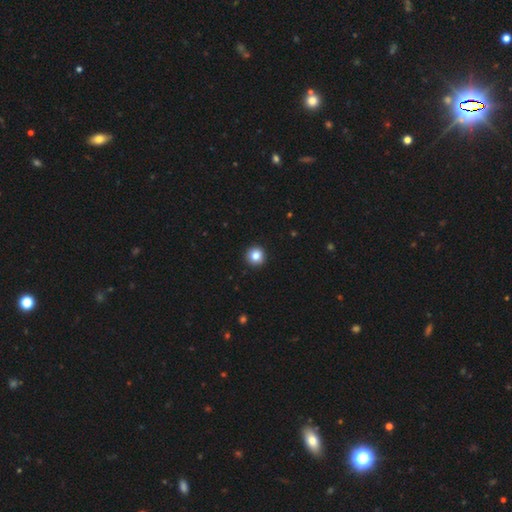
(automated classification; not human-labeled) Smooth or featured: smooth — 85% (star or artifact — 10%)
How rounded: round — 95% (in between — 4%)
Merging: none — 94% (minor disturbance — 4%)